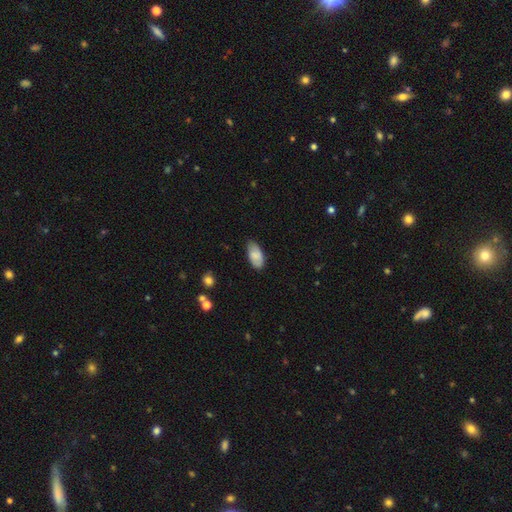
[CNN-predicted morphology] This appears to be a smooth galaxy with no disk features (81%) that is in between round and cigar-shaped (93%). Merging: none (74%).